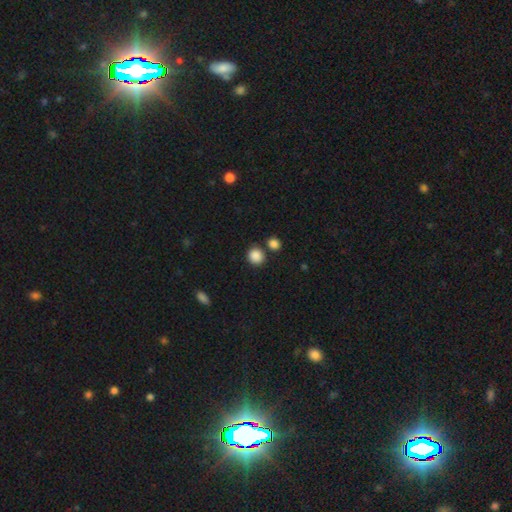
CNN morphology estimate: smooth 87%, star or artifact 10%, featured or disk 3%. Down the decision tree: how rounded — round (84%); merging — none (76%).